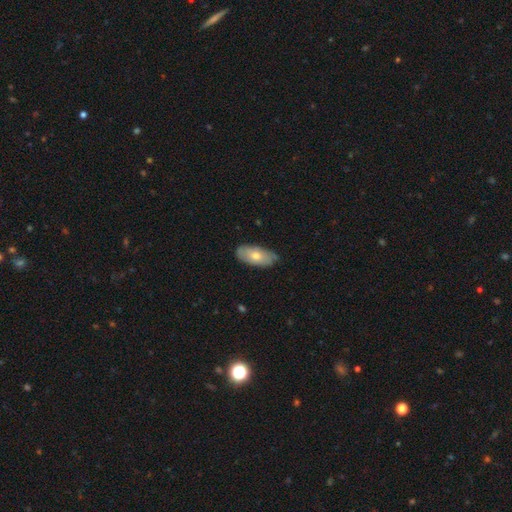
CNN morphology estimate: Smooth or featured? smooth (61%)
How rounded? in between (90%)
Merging? none (81%)